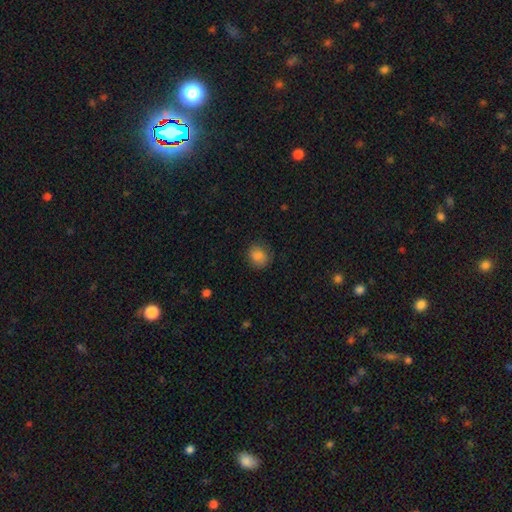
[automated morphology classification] This is clearly a smooth galaxy (81%). How rounded: likely round (75%). Merging: clearly none (84%).